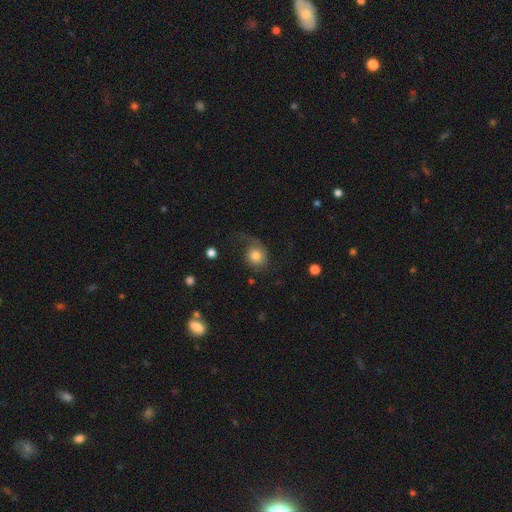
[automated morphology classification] Smooth or featured? Predicted: smooth (p=0.63). How rounded? Predicted: round (p=0.65). Merging? Predicted: none (p=0.43).